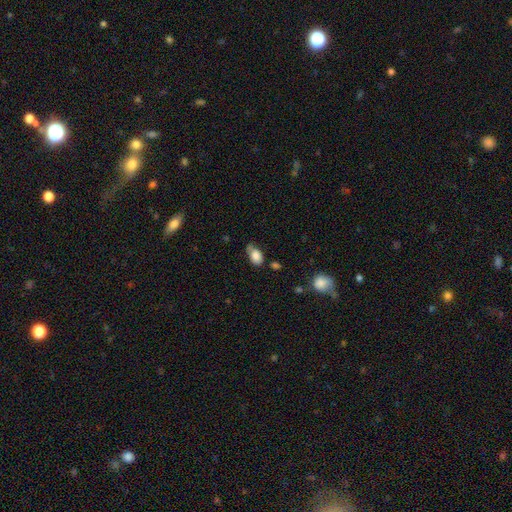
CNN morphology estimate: A smooth galaxy with no disk features (84%) that is in between round and cigar-shaped (87%).

Vote fractions:
- Smooth or featured? smooth: 84% / star or artifact: 8% / featured or disk: 7%
- How rounded? in between: 87% / round: 12% / cigar-shaped: 2%
- Merging? none: 49% / minor disturbance: 36% / major disturbance: 10% / merger: 6%